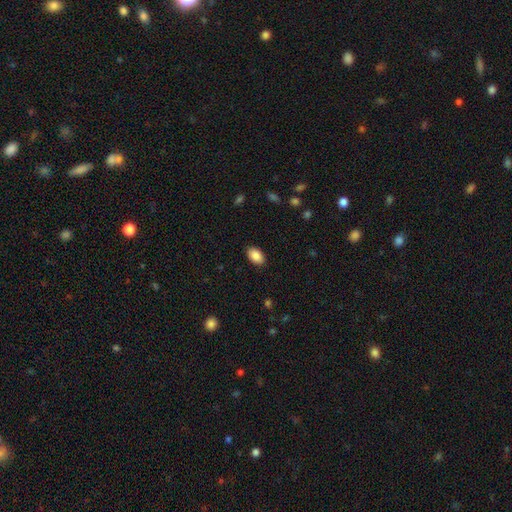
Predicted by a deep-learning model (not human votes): Smooth or featured? Predicted: smooth (p=0.88). How rounded? Predicted: in between (p=0.91). Merging? Predicted: none (p=0.89).